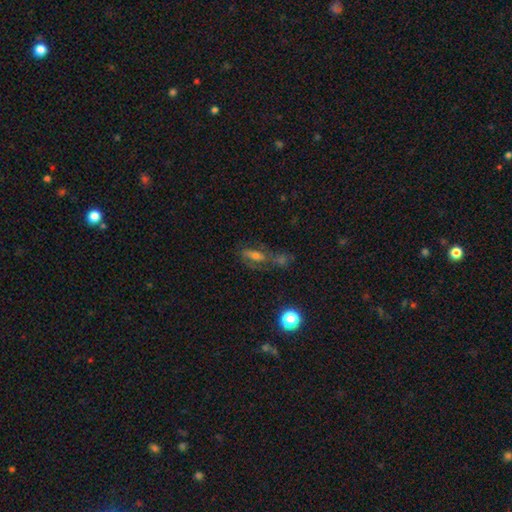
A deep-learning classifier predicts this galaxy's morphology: Q: Smooth or featured?
A: featured or disk (41%); runner-up: smooth (35%)
Q: Merging?
A: none (45%); runner-up: merger (23%)